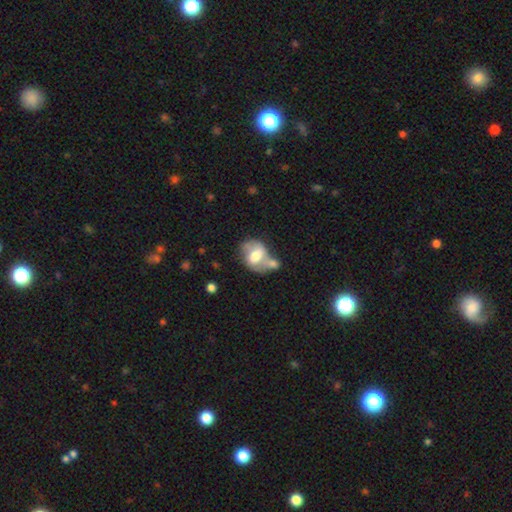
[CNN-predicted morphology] This is possibly a smooth galaxy (47%). Merging: marginally merger (44%).